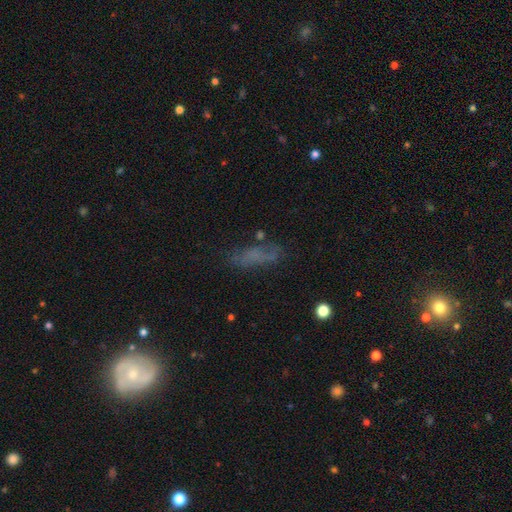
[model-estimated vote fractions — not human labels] smooth 55%, featured or disk 28%, star or artifact 17%. Down the decision tree: how rounded — cigar-shaped (54%); merging — none (58%).